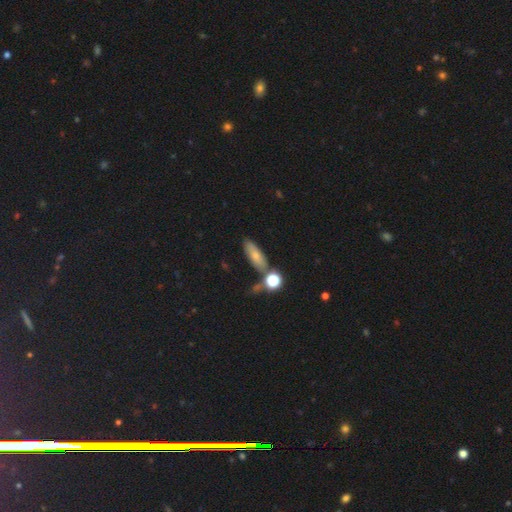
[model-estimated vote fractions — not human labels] Morphology: type=smooth (70%); roundness=in between (60%); merging=none (67%).